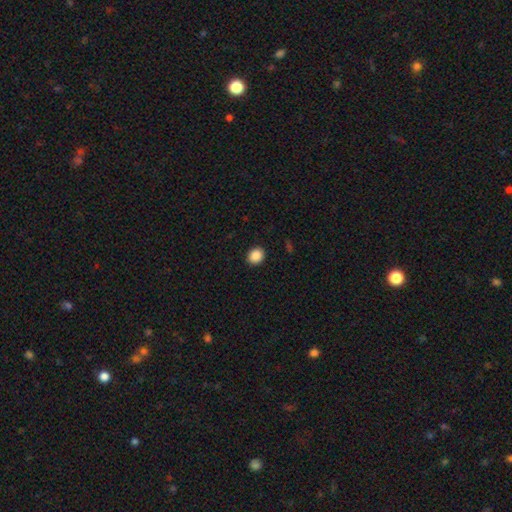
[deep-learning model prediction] Smooth or featured?
  - smooth: 89% *
  - star or artifact: 9%
  - featured or disk: 3%
How rounded?
  - round: 66% *
  - in between: 33%
  - cigar-shaped: 1%
Merging?
  - none: 91% *
  - minor disturbance: 6%
  - major disturbance: 2%
  - merger: 1%